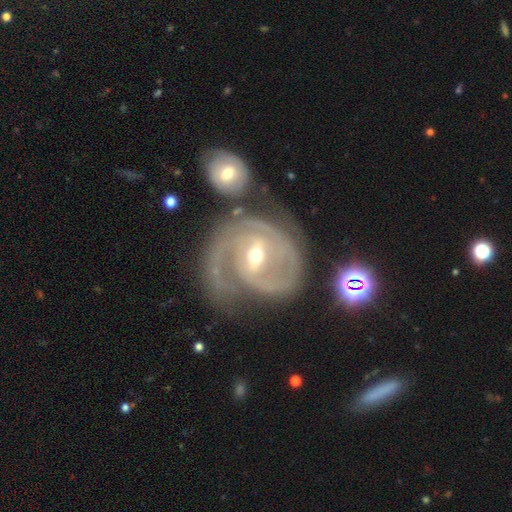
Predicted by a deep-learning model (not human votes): Q: Smooth or featured?
A: featured or disk (90%); runner-up: smooth (5%)
Q: Edge-on disk?
A: no (97%); runner-up: yes (3%)
Q: Bar?
A: weak (49%); runner-up: strong (32%)
Q: Spiral arms?
A: yes (97%); runner-up: no (3%)
Q: Spiral winding?
A: tight (54%); runner-up: medium (38%)
Q: Spiral arm count?
A: 2 (57%); runner-up: 3 (16%)
Q: Bulge size?
A: moderate (54%); runner-up: small (43%)
Q: Merging?
A: none (56%); runner-up: minor disturbance (20%)